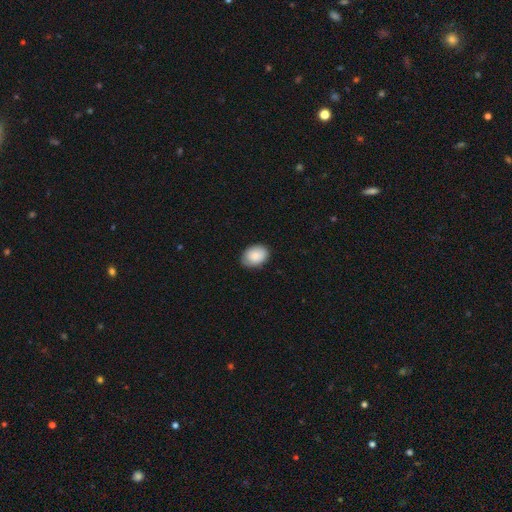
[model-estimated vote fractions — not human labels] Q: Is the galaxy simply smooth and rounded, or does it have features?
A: smooth — 87%.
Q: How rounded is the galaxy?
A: in between — 75%.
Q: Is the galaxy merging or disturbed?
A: none — 83%.